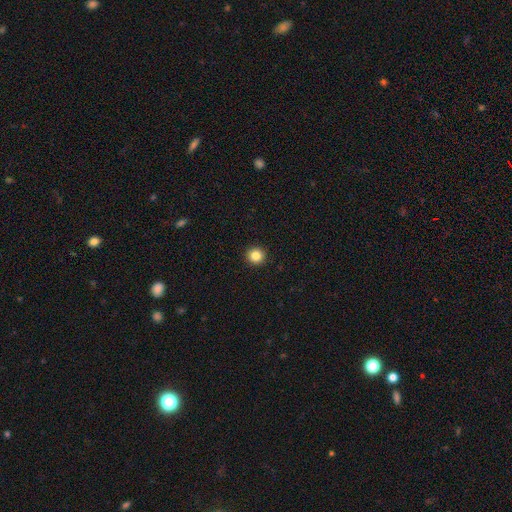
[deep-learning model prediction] Overall: smooth (84%). How rounded: round (95%). Merging: none (94%).